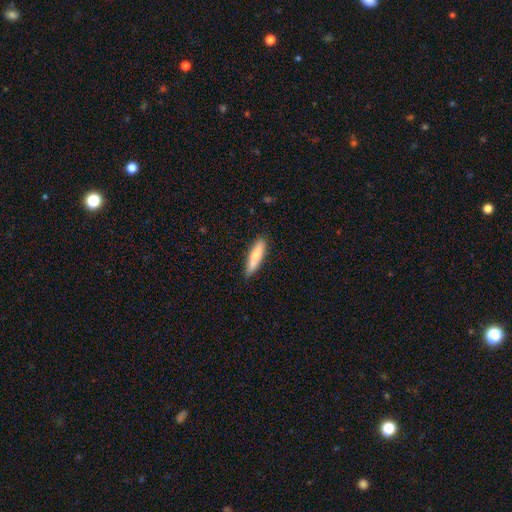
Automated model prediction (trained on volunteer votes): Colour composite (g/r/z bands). It shows a smooth galaxy with no disk features (76%) that is cigar-shaped (74%). Merging: none (84%).